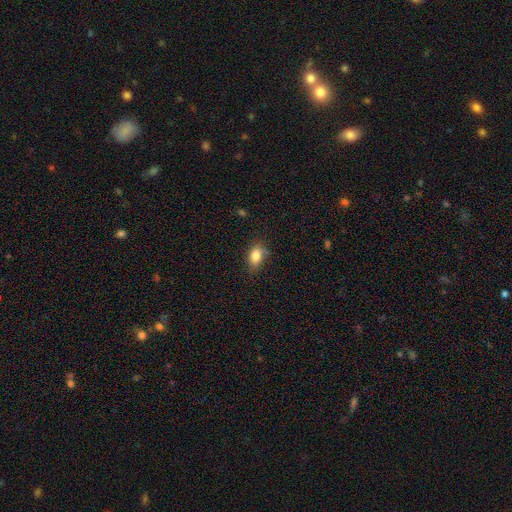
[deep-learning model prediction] Morphology: type=smooth (83%); roundness=in between (77%); merging=none (70%).